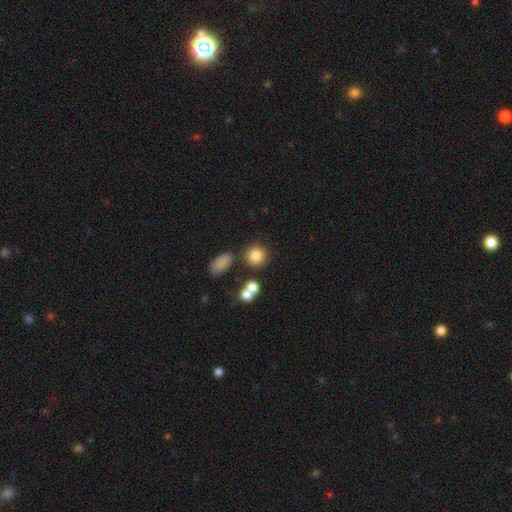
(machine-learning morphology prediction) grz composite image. It shows a smooth galaxy with no disk features (82%) that is round (87%). Merging: none (75%).